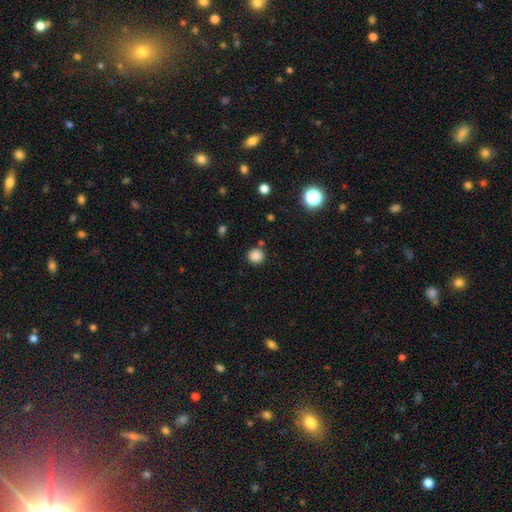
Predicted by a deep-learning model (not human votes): Morphology: type=smooth (85%); roundness=round (90%); merging=none (84%).